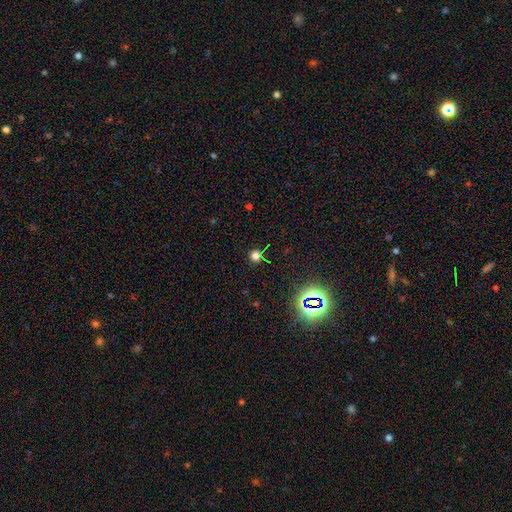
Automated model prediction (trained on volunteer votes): This is likely a smooth galaxy (64%). How rounded: clearly round (92%). Merging: clearly none (83%).